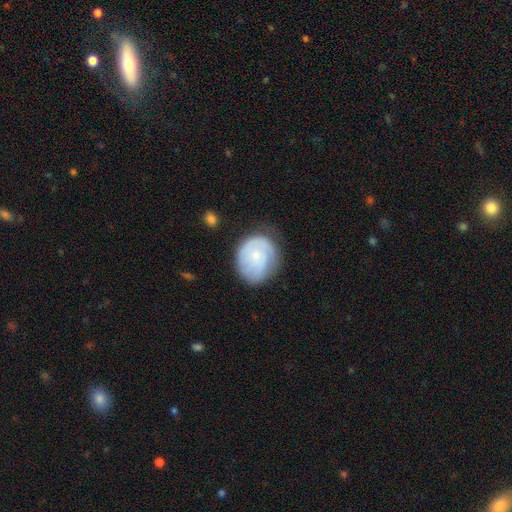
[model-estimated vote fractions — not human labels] Morphology: type=featured or disk (50%); edge-on=no (98%); merging=none (61%).